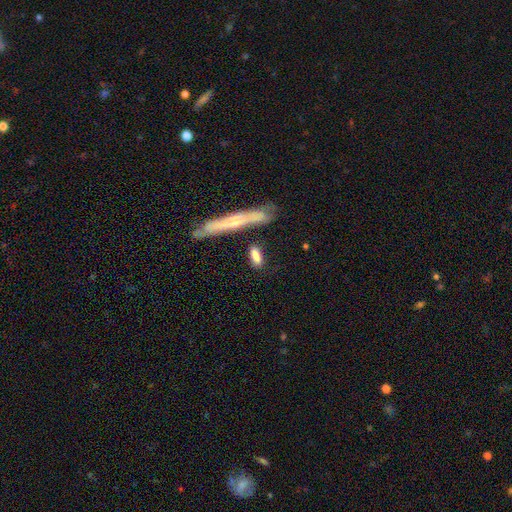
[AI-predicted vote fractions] Smooth or featured?
  - smooth: 78% *
  - featured or disk: 16%
  - star or artifact: 6%
How rounded?
  - in between: 54% *
  - cigar-shaped: 42%
  - round: 4%
Merging?
  - none: 73% *
  - minor disturbance: 16%
  - merger: 7%
  - major disturbance: 5%